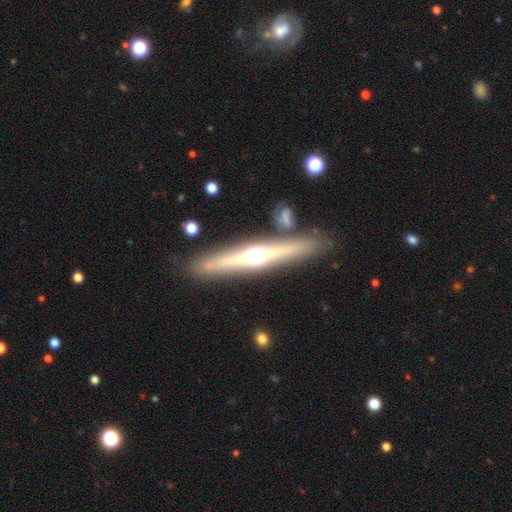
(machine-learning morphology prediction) smooth-or-featured: featured or disk: 72% | smooth: 22% | star or artifact: 6%
  disk-edge-on: yes: 97% | no: 3%
    edge-on-bulge: rounded: 93% | none: 4% | boxy: 3%
  merging: none: 86% | minor disturbance: 8% | merger: 4% | major disturbance: 2%